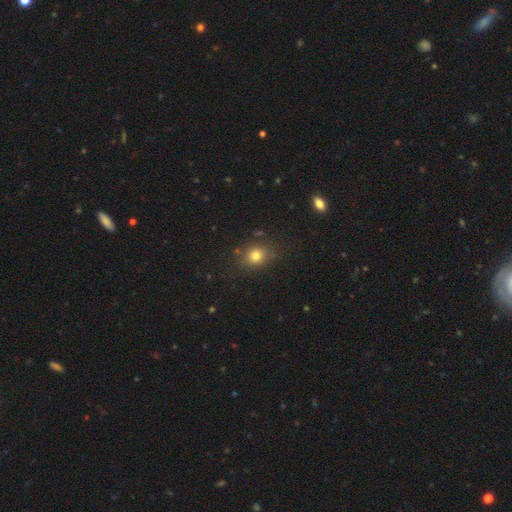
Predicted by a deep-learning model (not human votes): Smooth or featured? smooth (78%)
How rounded? round (70%)
Merging? none (80%)